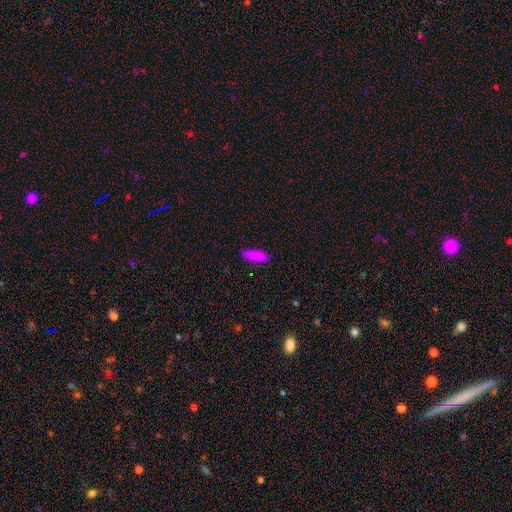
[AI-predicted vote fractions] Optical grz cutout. It shows a smooth galaxy with no disk features (88%) that is cigar-shaped (62%). Merging: none (90%).